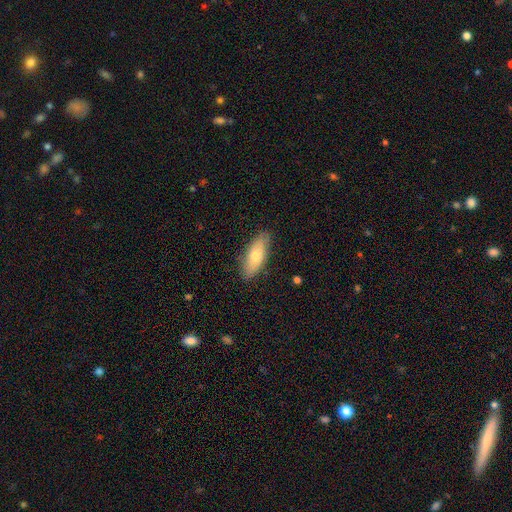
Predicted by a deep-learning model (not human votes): Morphology: type=smooth (71%); roundness=in between (74%); merging=none (84%).